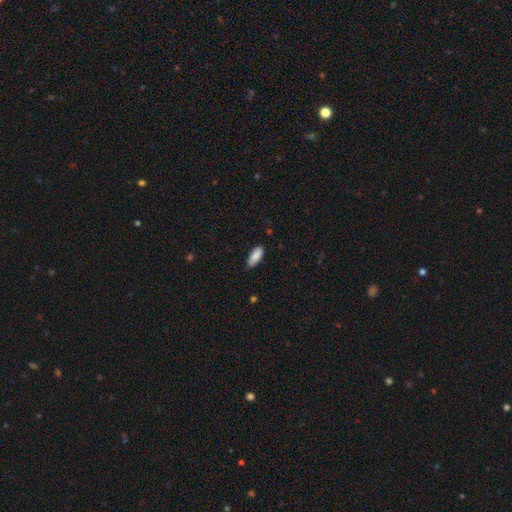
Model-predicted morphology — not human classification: Smooth or featured? Predicted: smooth (p=0.88). How rounded? Predicted: in between (p=0.80). Merging? Predicted: none (p=0.80).